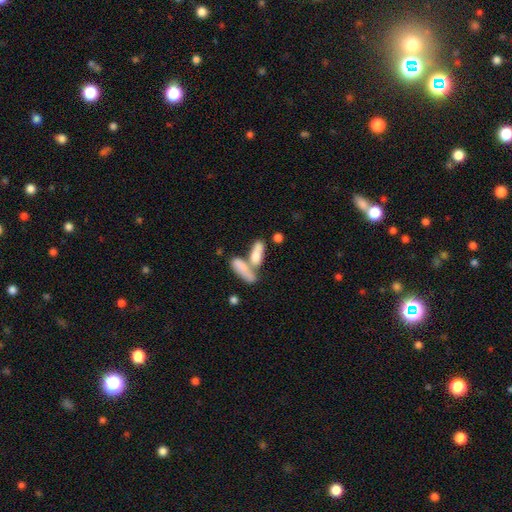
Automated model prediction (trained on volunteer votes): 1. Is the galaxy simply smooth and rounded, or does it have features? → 73% smooth, 20% featured or disk, 7% star or artifact.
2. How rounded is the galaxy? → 68% in between, 28% cigar-shaped, 4% round.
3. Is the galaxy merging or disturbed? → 59% merger, 25% none, 9% minor disturbance, 6% major disturbance.